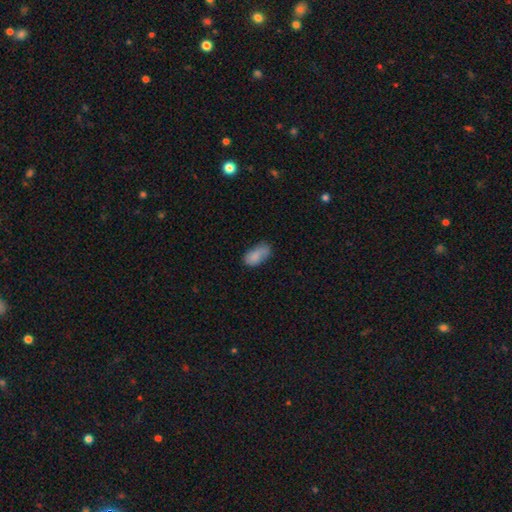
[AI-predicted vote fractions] A smooth galaxy with no disk features (81%) that is in between round and cigar-shaped (93%).

Vote fractions:
- Smooth or featured? smooth: 81% / featured or disk: 11% / star or artifact: 8%
- How rounded? in between: 93% / cigar-shaped: 4% / round: 4%
- Merging? none: 51% / minor disturbance: 33% / major disturbance: 11% / merger: 4%